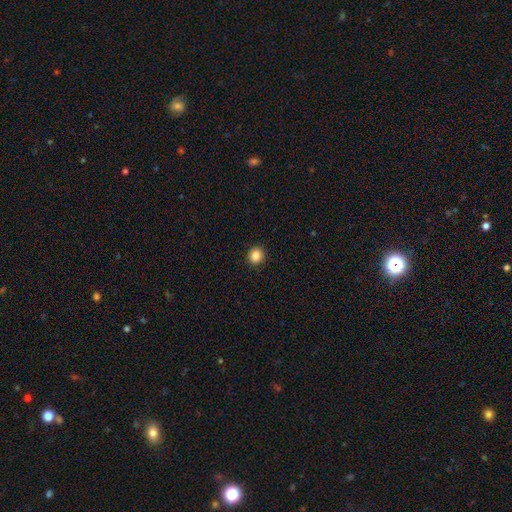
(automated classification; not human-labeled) smooth 87%, star or artifact 10%, featured or disk 3%. Down the decision tree: how rounded — round (80%); merging — none (92%).